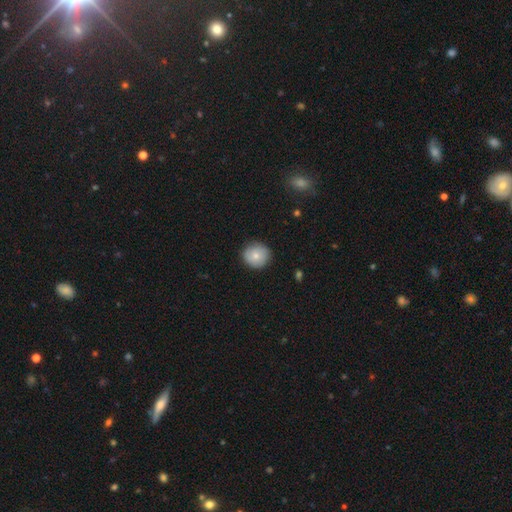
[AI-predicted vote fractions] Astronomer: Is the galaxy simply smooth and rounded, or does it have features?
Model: smooth — 75%.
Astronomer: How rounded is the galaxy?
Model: round — 91%.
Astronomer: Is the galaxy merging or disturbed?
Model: none — 86%.